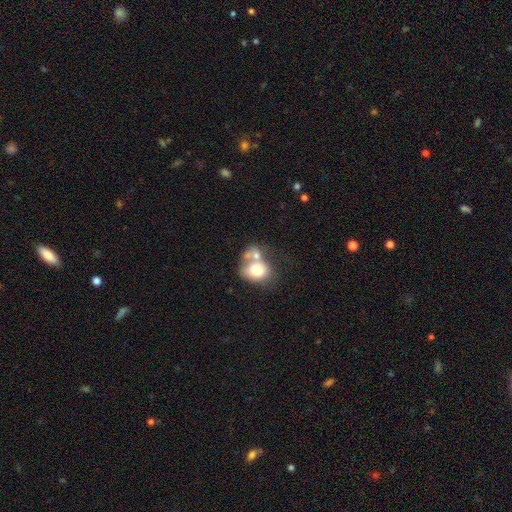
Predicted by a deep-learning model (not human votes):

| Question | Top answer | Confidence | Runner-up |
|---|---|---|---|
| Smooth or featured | smooth | 69% | featured or disk (23%) |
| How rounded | in between | 57% | round (42%) |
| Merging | merger | 59% | none (21%) |